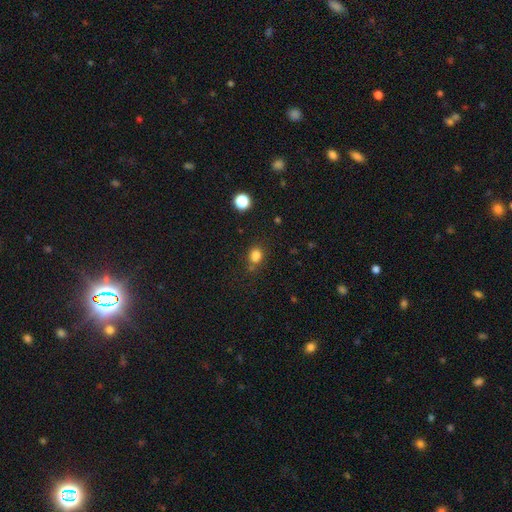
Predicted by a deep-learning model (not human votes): Morphology: type=smooth (79%); roundness=round (56%); merging=none (61%).